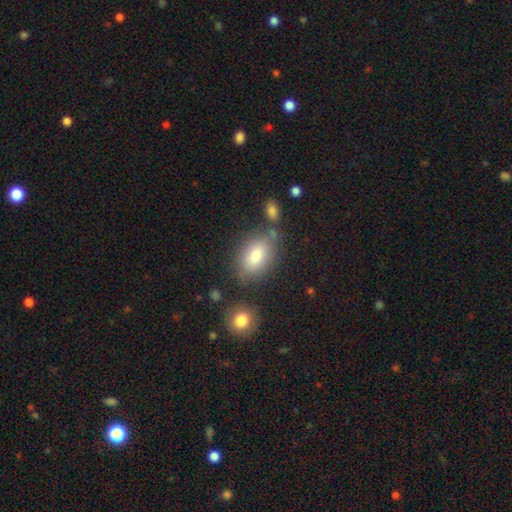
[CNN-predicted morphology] Smooth or featured: smooth — 82% (featured or disk — 10%)
How rounded: in between — 87% (round — 11%)
Merging: none — 70% (minor disturbance — 15%)